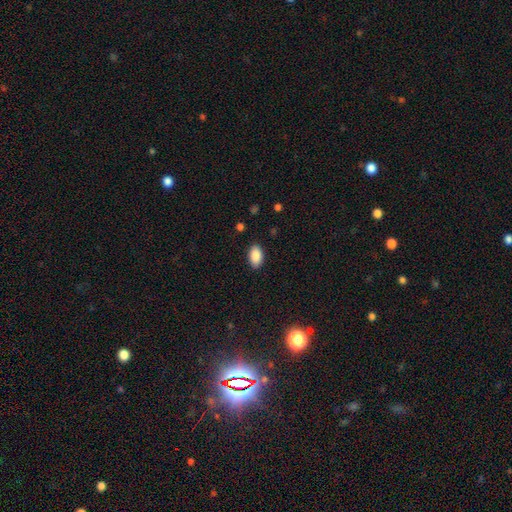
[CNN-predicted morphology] smooth-or-featured: smooth: 89% | star or artifact: 7% | featured or disk: 4%
  how-rounded: in between: 93% | round: 5% | cigar-shaped: 2%
  merging: none: 88% | minor disturbance: 9% | major disturbance: 2% | merger: 1%